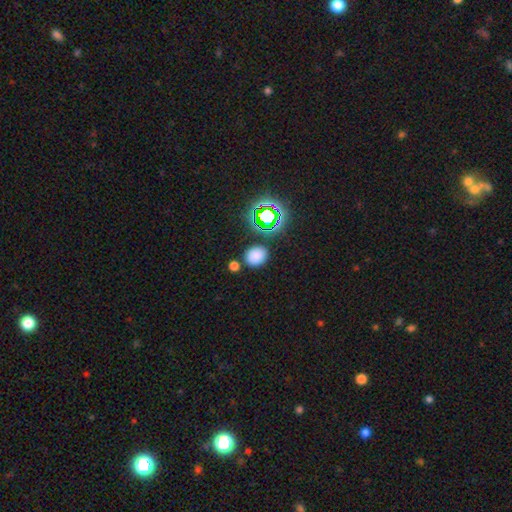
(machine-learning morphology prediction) The model was most divided on "how rounded": round: 54%, in between: 45%, cigar-shaped: 1%. More confident: merging — none (81%); smooth or featured — smooth (76%).